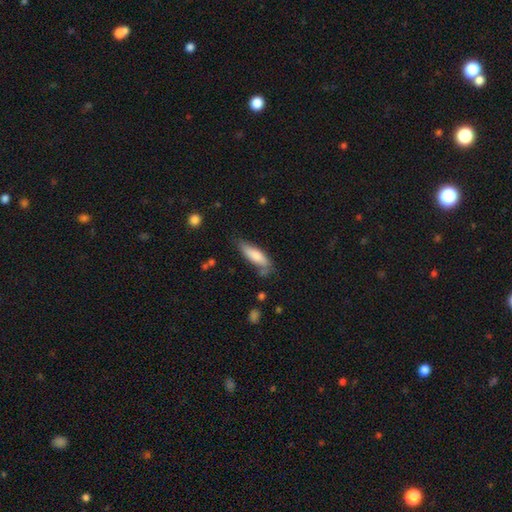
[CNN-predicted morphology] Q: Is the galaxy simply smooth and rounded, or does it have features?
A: smooth — 75%.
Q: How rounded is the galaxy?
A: cigar-shaped — 52%.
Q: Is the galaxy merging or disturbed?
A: none — 60%.